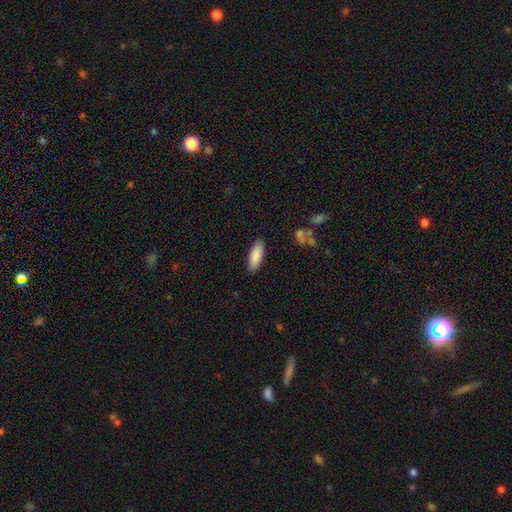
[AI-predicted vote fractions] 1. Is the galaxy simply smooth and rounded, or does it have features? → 88% smooth, 6% featured or disk, 6% star or artifact.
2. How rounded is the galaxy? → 66% in between, 32% cigar-shaped, 2% round.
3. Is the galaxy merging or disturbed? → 88% none, 9% minor disturbance, 2% major disturbance, 1% merger.